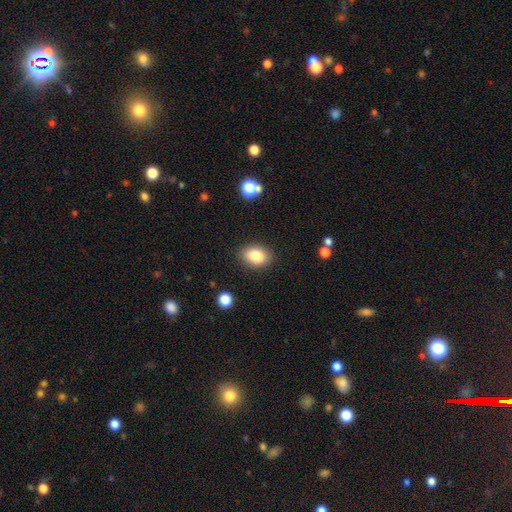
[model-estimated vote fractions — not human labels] A smooth galaxy with no disk features (85%) that is in between round and cigar-shaped (81%).

Vote fractions:
- Smooth or featured? smooth: 85% / star or artifact: 8% / featured or disk: 7%
- How rounded? in between: 81% / round: 18% / cigar-shaped: 1%
- Merging? none: 86% / minor disturbance: 10% / major disturbance: 3% / merger: 2%